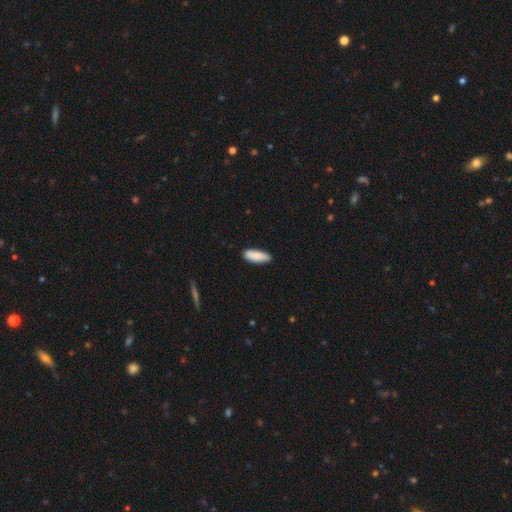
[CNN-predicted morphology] Overall: smooth (86%). How rounded: in between (64%; cigar-shaped 34%). Merging: none (86%).